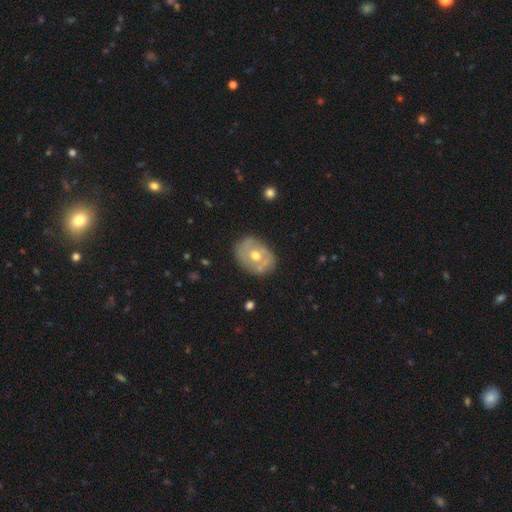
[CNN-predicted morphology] Smooth or featured: featured or disk — 56% (smooth — 37%)
Edge-on disk: no — 95% (yes — 5%)
Bar: no — 81% (weak — 15%)
Spiral arms: no — 68% (yes — 32%)
Bulge size: moderate — 80% (small — 13%)
Merging: none — 71% (minor disturbance — 20%)